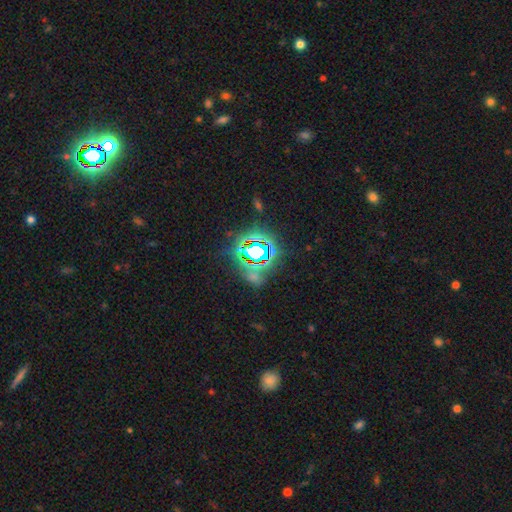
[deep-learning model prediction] This appears to be a star or artifact, not a galaxy (76%).